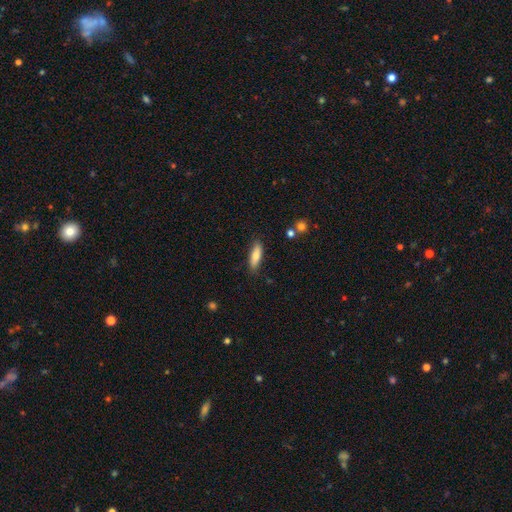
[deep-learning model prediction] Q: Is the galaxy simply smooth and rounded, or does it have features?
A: smooth — 75%.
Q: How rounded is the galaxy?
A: cigar-shaped — 51%.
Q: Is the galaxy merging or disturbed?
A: none — 84%.